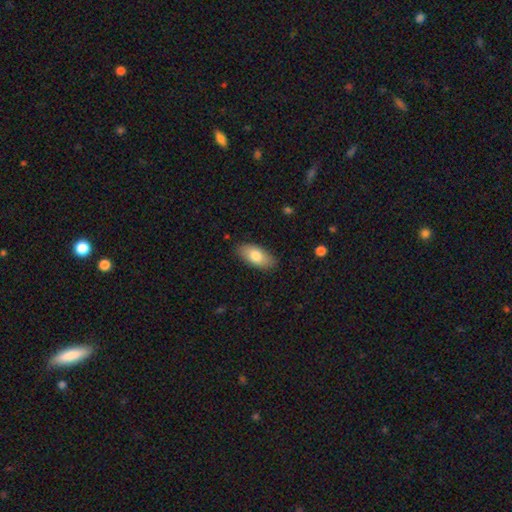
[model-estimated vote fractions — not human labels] This appears to be a smooth galaxy with no disk features (79%) that is in between round and cigar-shaped (91%). Merging: none (85%).